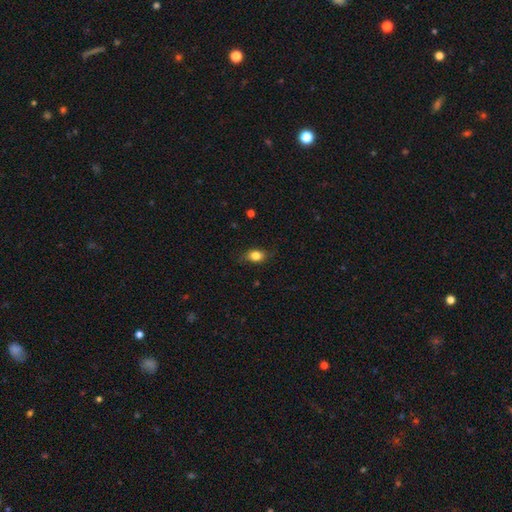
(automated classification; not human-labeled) Q: Smooth or featured?
A: smooth (81%); runner-up: featured or disk (10%)
Q: How rounded?
A: in between (72%); runner-up: round (25%)
Q: Merging?
A: none (76%); runner-up: minor disturbance (19%)